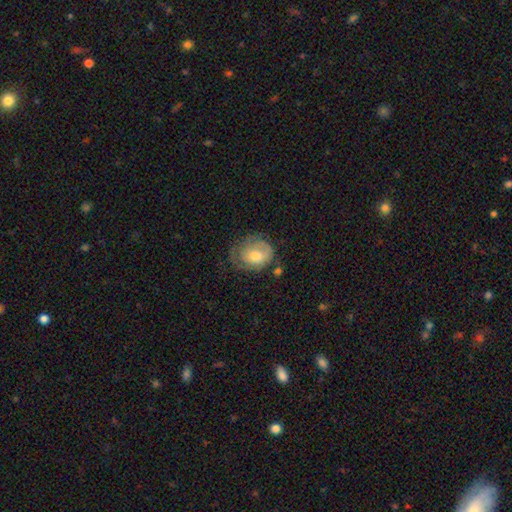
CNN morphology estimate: smooth_or_featured: smooth (p=0.51) [alt: featured or disk p=0.42]
how_rounded: round (p=0.57) [alt: in between p=0.42]
merging: none (p=0.47) [alt: minor disturbance p=0.30]